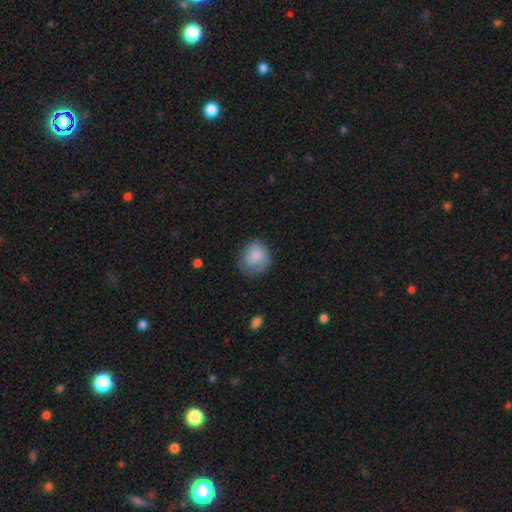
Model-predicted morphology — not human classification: A smooth galaxy with no disk features (82%) that is round (81%). Merging: none (66%).